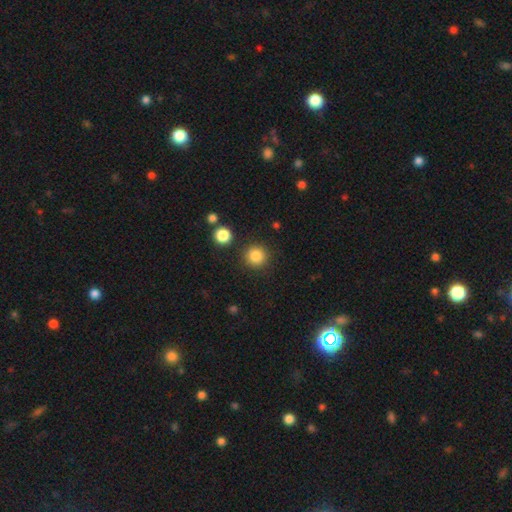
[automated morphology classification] Q: Smooth or featured?
A: smooth (85%); runner-up: star or artifact (11%)
Q: How rounded?
A: round (95%); runner-up: in between (5%)
Q: Merging?
A: none (89%); runner-up: minor disturbance (6%)